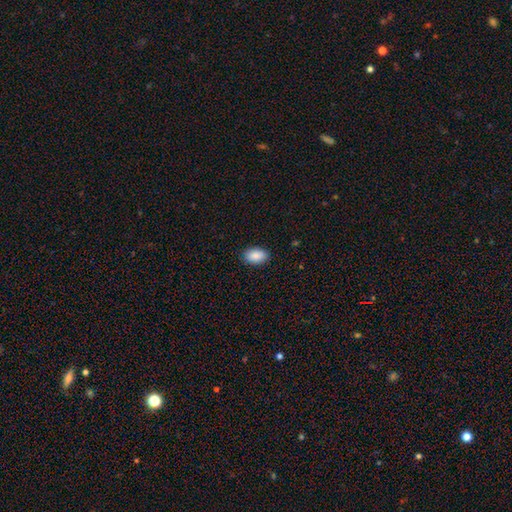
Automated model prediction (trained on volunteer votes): This is clearly a smooth galaxy (88%). How rounded: clearly in between (91%). Merging: clearly none (89%).